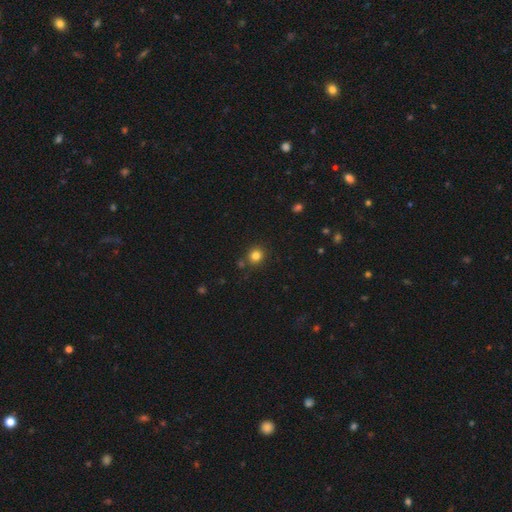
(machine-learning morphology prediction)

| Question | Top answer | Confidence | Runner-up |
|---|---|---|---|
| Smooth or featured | smooth | 81% | star or artifact (13%) |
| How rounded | round | 87% | in between (12%) |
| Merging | none | 81% | minor disturbance (10%) |